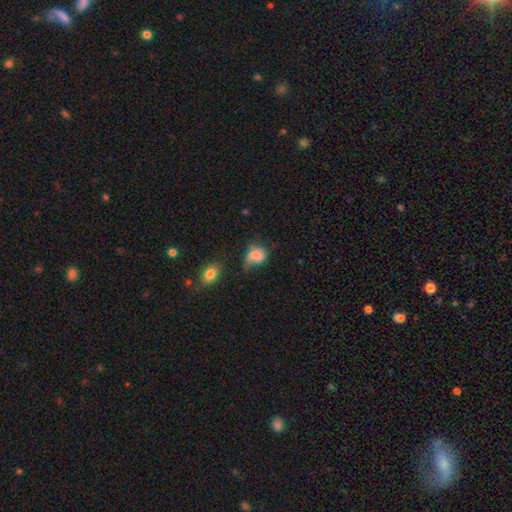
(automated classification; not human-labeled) A smooth galaxy with no disk features (73%) that is in between round and cigar-shaped (62%). Merging: minor disturbance (33%).